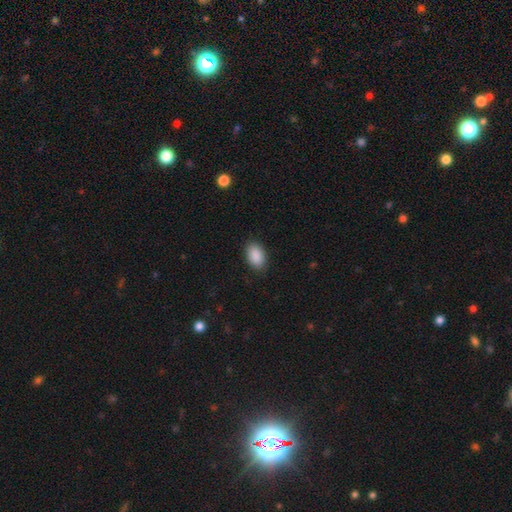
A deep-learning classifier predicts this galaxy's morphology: A smooth galaxy with no disk features (90%) that is in between round and cigar-shaped (93%). Merging: none (87%).